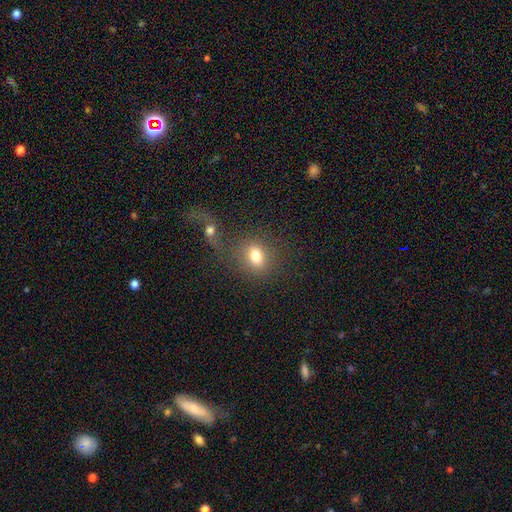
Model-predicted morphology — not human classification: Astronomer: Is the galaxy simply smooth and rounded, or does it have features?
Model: smooth — 76%.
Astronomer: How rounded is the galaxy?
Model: round — 49%, tied with in between at 49%.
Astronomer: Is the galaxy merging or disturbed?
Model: none — 62%.